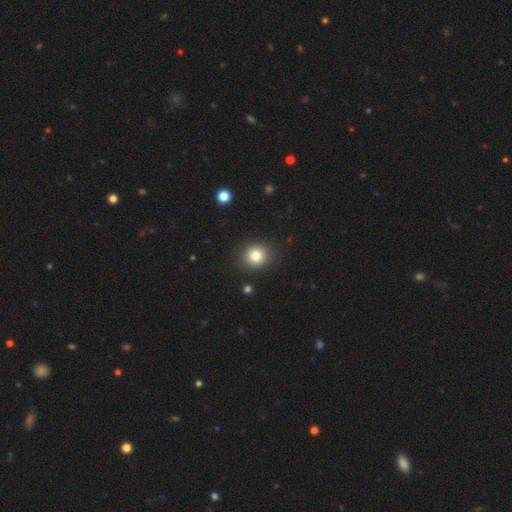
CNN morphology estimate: smooth_or_featured: smooth (p=0.82) [alt: star or artifact p=0.12]
how_rounded: round (p=0.86) [alt: in between p=0.13]
merging: none (p=0.90) [alt: minor disturbance p=0.06]